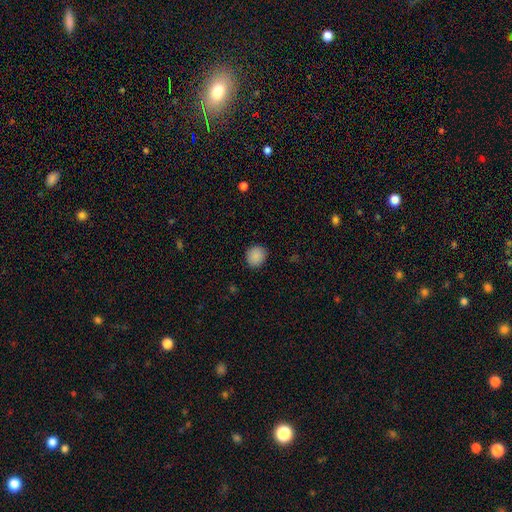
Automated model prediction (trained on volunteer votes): This is clearly a smooth galaxy (88%). How rounded: clearly round (86%). Merging: clearly none (90%).